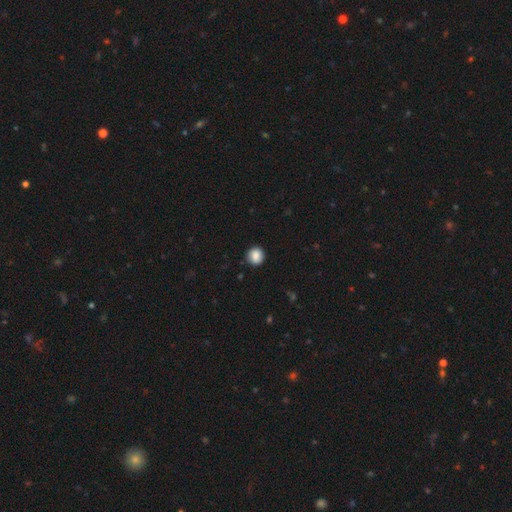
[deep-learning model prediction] smooth 86%, star or artifact 9%, featured or disk 5%. Down the decision tree: how rounded — round (87%); merging — none (88%).